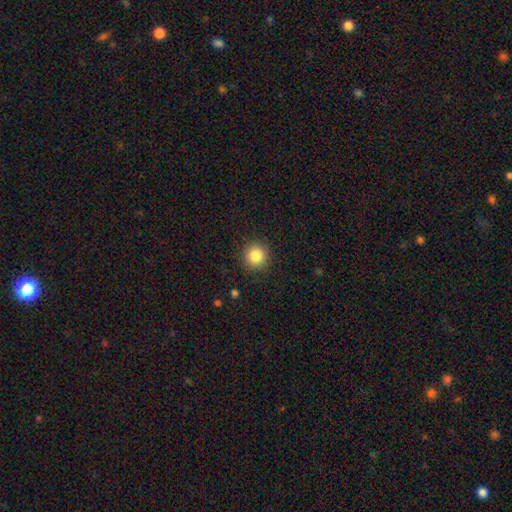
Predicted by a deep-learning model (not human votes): A smooth galaxy with no disk features (84%) that is round (94%). Merging: none (90%).